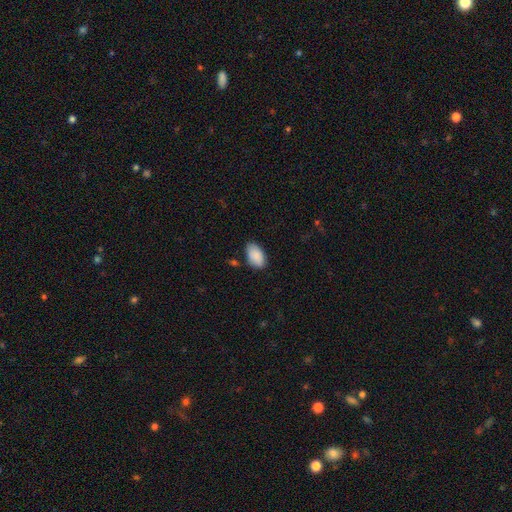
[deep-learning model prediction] This is clearly a smooth galaxy (89%). How rounded: clearly in between (94%). Merging: likely none (77%).